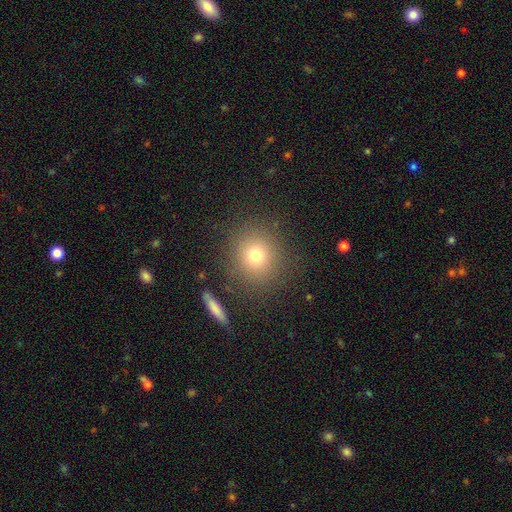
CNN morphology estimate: Smooth or featured? smooth (75%)
How rounded? round (88%)
Merging? none (86%)